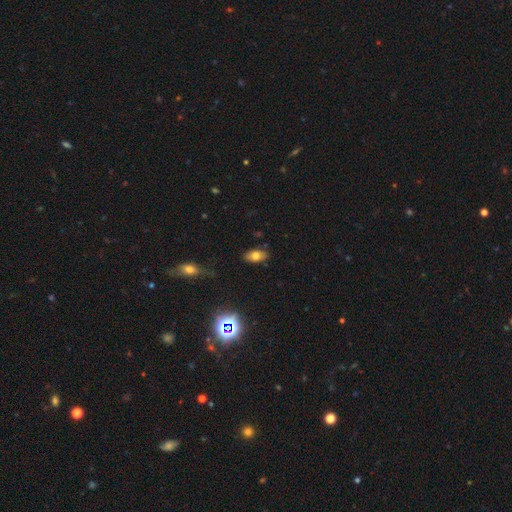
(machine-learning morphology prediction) Overall: smooth (73%). How rounded: in between (91%). Merging: none (84%).